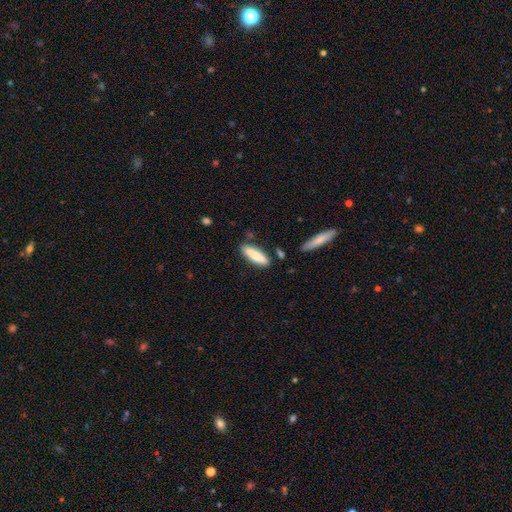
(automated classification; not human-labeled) Smooth or featured?
  - smooth: 78% *
  - featured or disk: 16%
  - star or artifact: 6%
How rounded?
  - cigar-shaped: 63% *
  - in between: 36%
  - round: 2%
Merging?
  - none: 78% *
  - minor disturbance: 13%
  - merger: 6%
  - major disturbance: 3%